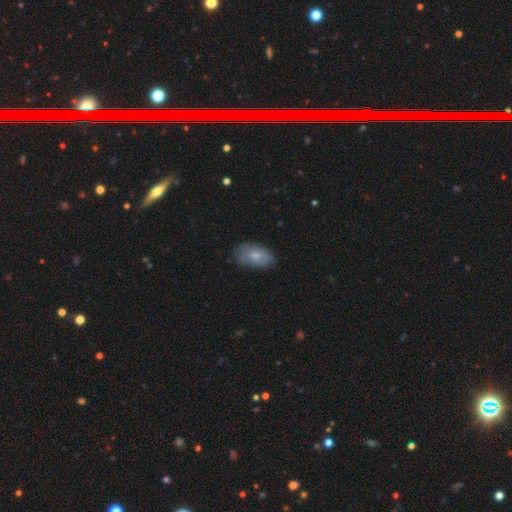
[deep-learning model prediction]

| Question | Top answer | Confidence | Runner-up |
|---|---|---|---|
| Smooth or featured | smooth | 68% | featured or disk (25%) |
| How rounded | in between | 92% | round (6%) |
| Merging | none | 68% | minor disturbance (24%) |